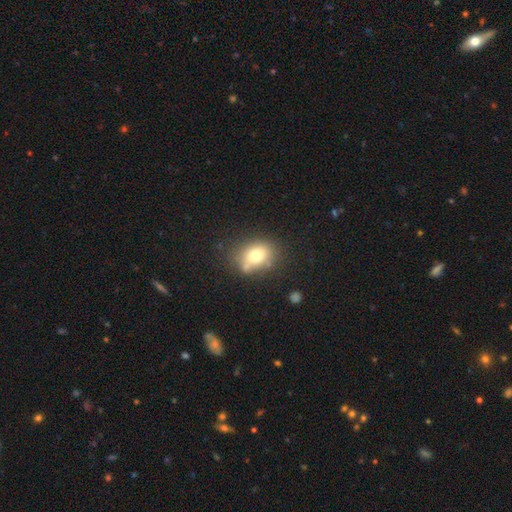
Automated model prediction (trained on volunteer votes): Smooth or featured?
  - smooth: 74% *
  - featured or disk: 15%
  - star or artifact: 11%
How rounded?
  - in between: 67% *
  - round: 32%
  - cigar-shaped: 2%
Merging?
  - none: 60% *
  - minor disturbance: 22%
  - merger: 12%
  - major disturbance: 7%